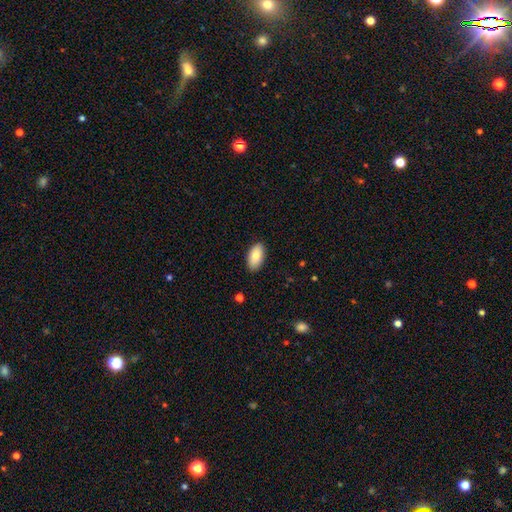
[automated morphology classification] type=smooth (83%); roundness=in between (95%); merging=none (88%).